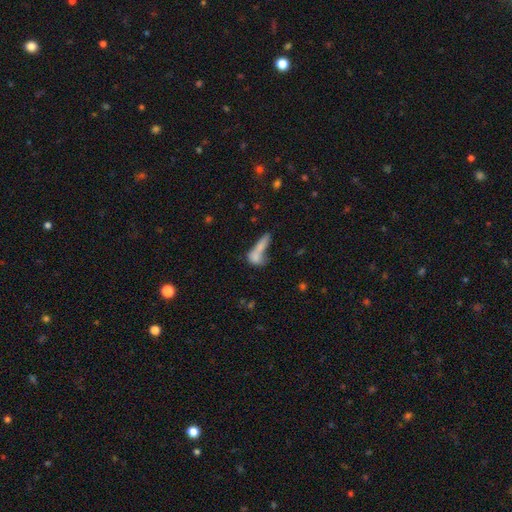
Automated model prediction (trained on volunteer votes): Morphology: type=smooth (68%); roundness=cigar-shaped (45%); merging=merger (55%).